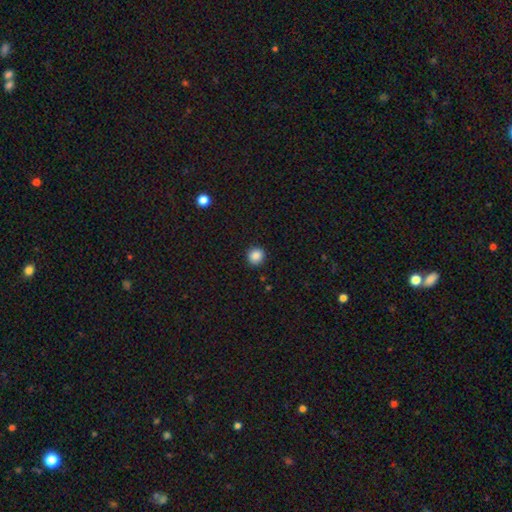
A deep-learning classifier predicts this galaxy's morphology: This appears to be a smooth galaxy with no disk features (87%) that is round (92%). Merging: none (91%).